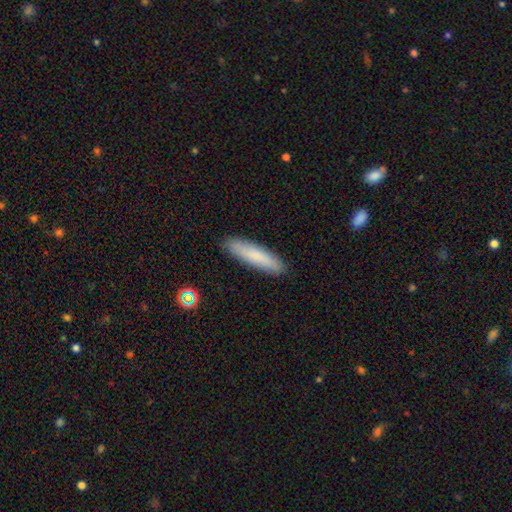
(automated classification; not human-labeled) A smooth galaxy with no disk features (82%) that is cigar-shaped (81%). Merging: none (89%).